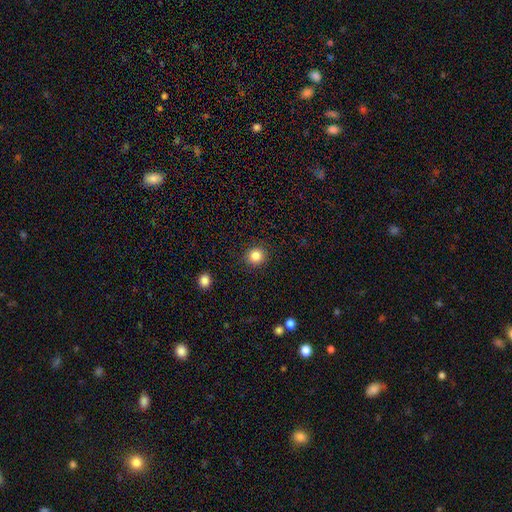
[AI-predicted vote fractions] Q: Smooth or featured?
A: smooth (84%); runner-up: star or artifact (11%)
Q: How rounded?
A: round (89%); runner-up: in between (10%)
Q: Merging?
A: none (91%); runner-up: minor disturbance (6%)